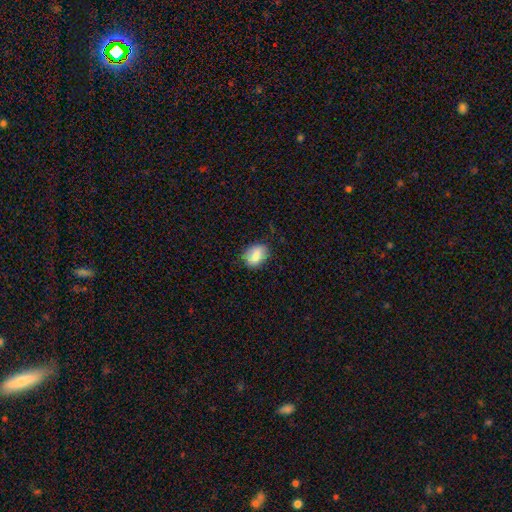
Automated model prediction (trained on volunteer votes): Overall: smooth (84%). How rounded: in between (75%). Merging: none (76%).